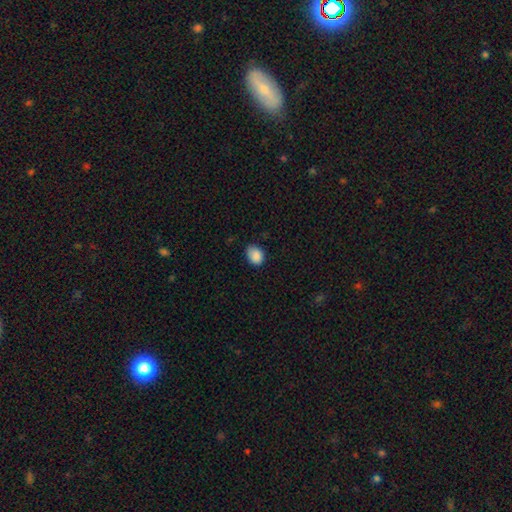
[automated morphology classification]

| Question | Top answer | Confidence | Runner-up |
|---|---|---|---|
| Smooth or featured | smooth | 88% | star or artifact (8%) |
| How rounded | in between | 68% | round (31%) |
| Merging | none | 68% | minor disturbance (27%) |